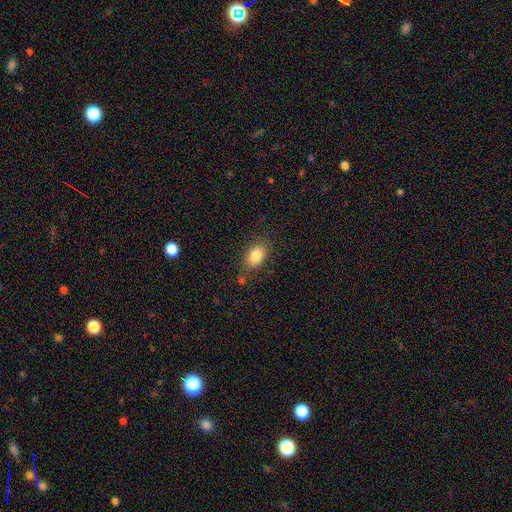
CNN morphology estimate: A smooth galaxy with no disk features (84%) that is in between round and cigar-shaped (85%).

Vote fractions:
- Smooth or featured? smooth: 84% / star or artifact: 8% / featured or disk: 8%
- How rounded? in between: 85% / round: 13% / cigar-shaped: 2%
- Merging? none: 80% / minor disturbance: 14% / major disturbance: 4% / merger: 3%